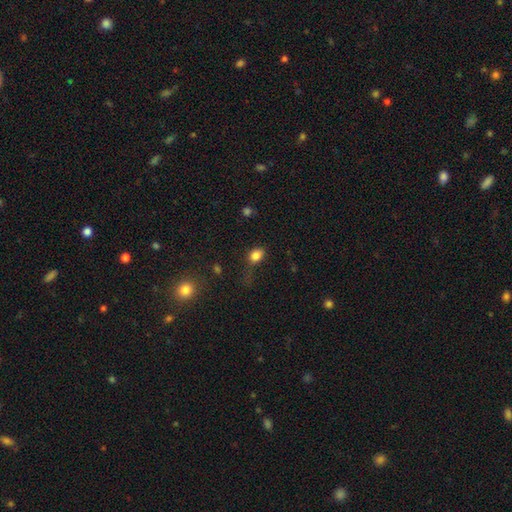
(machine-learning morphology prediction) Smooth or featured: smooth — 83% (star or artifact — 11%)
How rounded: in between — 63% (round — 36%)
Merging: none — 50% (minor disturbance — 28%)